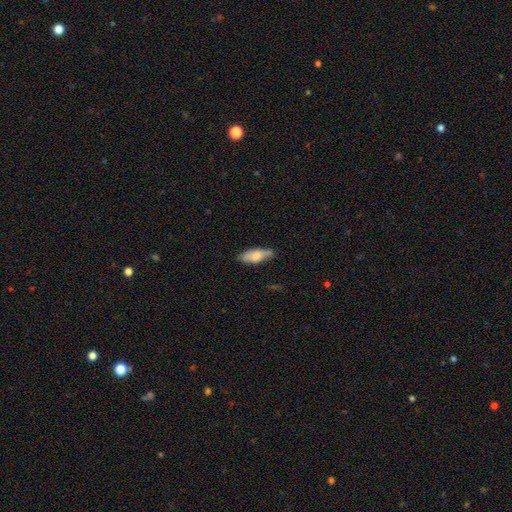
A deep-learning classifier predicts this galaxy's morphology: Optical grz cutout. It shows a smooth galaxy with no disk features (71%) that is in between round and cigar-shaped (64%). Merging: none (65%).